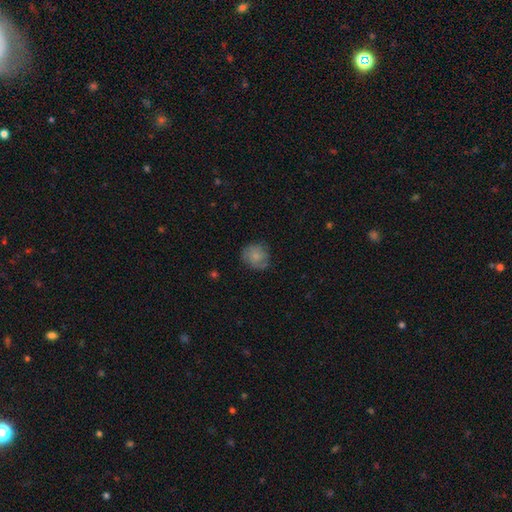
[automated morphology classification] Smooth or featured: smooth — 72% (featured or disk — 20%)
How rounded: round — 79% (in between — 20%)
Merging: none — 70% (minor disturbance — 23%)